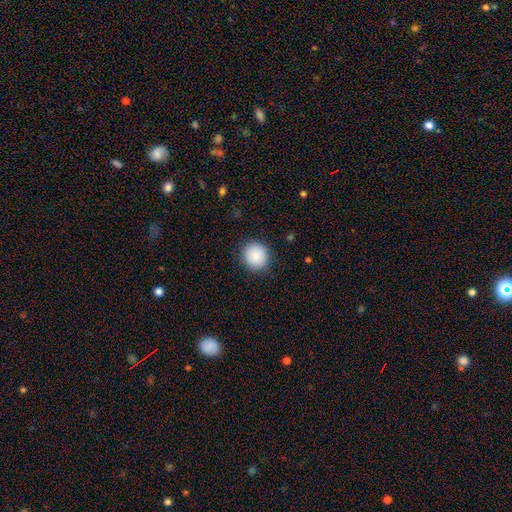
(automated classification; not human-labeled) smooth 88%, star or artifact 8%, featured or disk 4%. Down the decision tree: how rounded — round (87%); merging — none (89%).